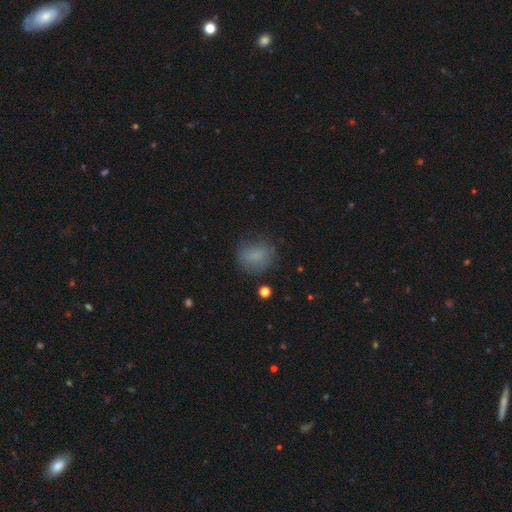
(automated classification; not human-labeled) The model was most divided on "how rounded": round: 55%, in between: 42%, cigar-shaped: 2%. More confident: smooth or featured — smooth (76%); merging — none (69%).